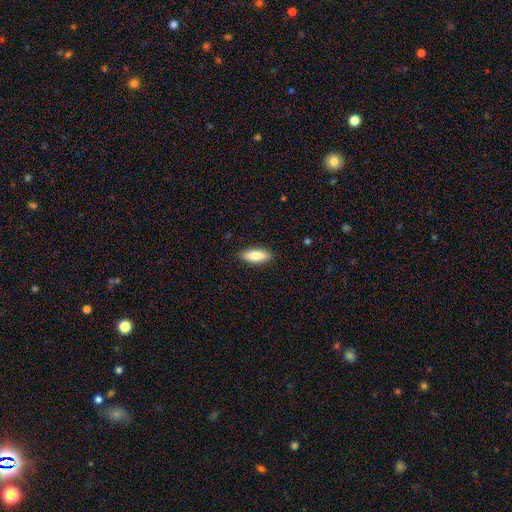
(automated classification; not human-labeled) This appears to be a smooth galaxy with no disk features (82%) that is in between round and cigar-shaped (67%). Merging: none (88%).